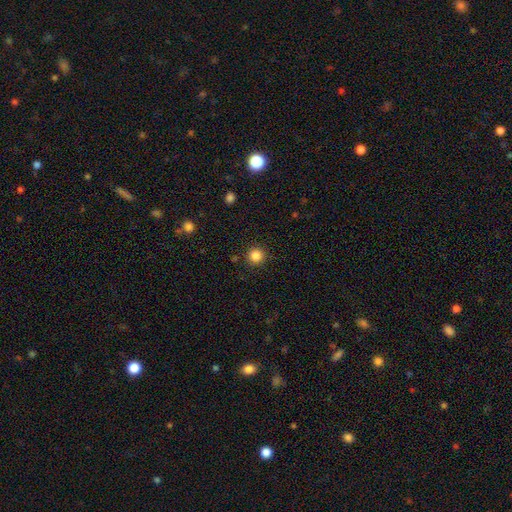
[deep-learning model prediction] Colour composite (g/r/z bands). It shows a smooth galaxy with no disk features (85%) that is round (95%). Merging: none (91%).